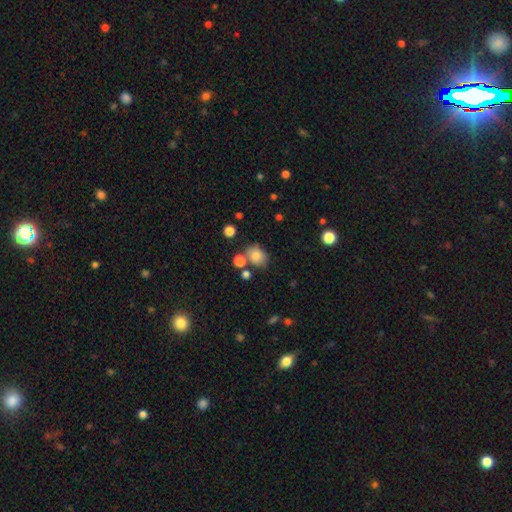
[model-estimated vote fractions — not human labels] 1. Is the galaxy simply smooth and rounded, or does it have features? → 79% smooth, 11% star or artifact, 10% featured or disk.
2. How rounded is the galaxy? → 55% round, 44% in between, 1% cigar-shaped.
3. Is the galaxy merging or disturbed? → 64% none, 16% merger, 15% minor disturbance, 5% major disturbance.